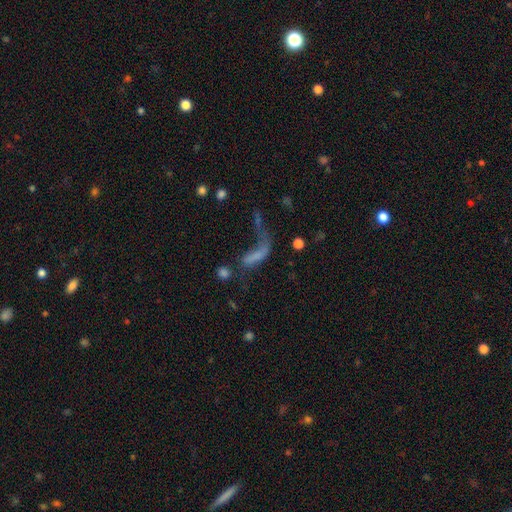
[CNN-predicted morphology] Smooth or featured? smooth (51%)
How rounded? in between (48%)
Merging? major disturbance (48%)